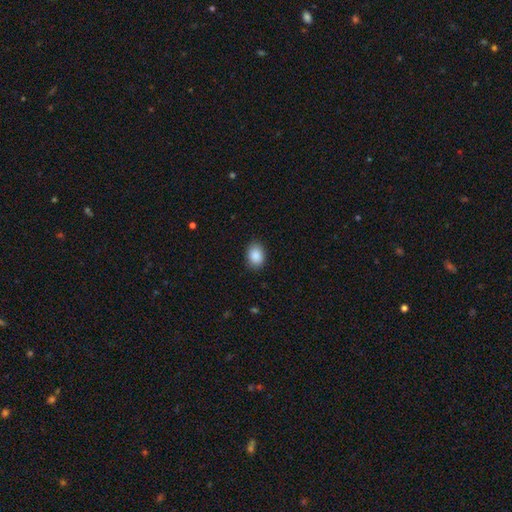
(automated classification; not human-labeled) A smooth galaxy with no disk features (89%) that is in between round and cigar-shaped (74%).

Vote fractions:
- Smooth or featured? smooth: 89% / star or artifact: 7% / featured or disk: 3%
- How rounded? in between: 74% / round: 25% / cigar-shaped: 1%
- Merging? none: 87% / minor disturbance: 10% / major disturbance: 2% / merger: 1%